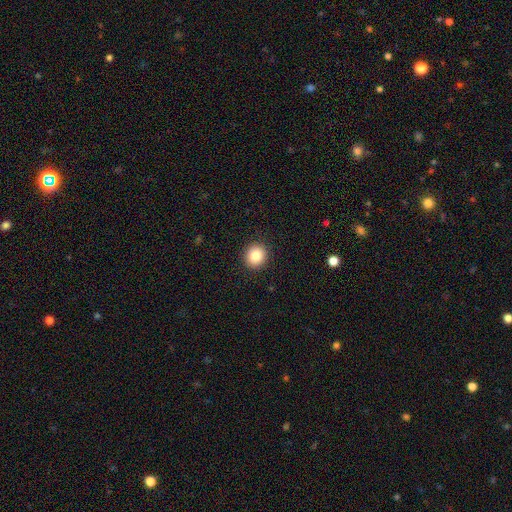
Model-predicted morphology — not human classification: Smooth or featured?
  - smooth: 84% *
  - star or artifact: 10%
  - featured or disk: 6%
How rounded?
  - round: 88% *
  - in between: 11%
  - cigar-shaped: 1%
Merging?
  - none: 92% *
  - minor disturbance: 5%
  - major disturbance: 2%
  - merger: 1%